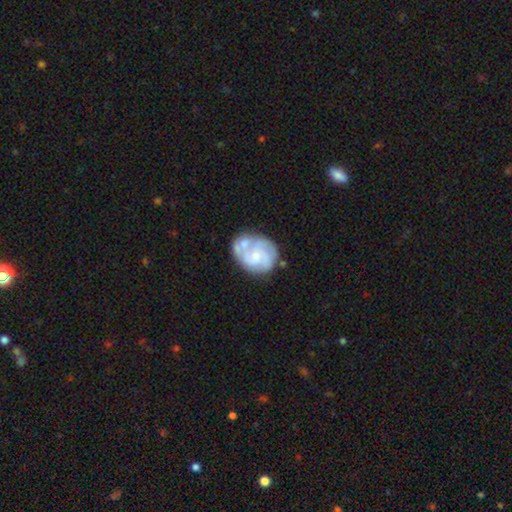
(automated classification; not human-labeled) A featured or disk galaxy (72%) with no bar (72%), 3 (33%) tight (46%) spiral arms (83%) and a small central bulge (62%). Merging: none (52%).